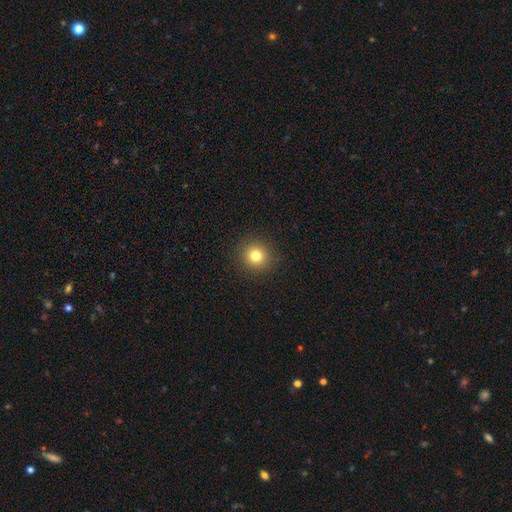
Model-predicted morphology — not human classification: A smooth galaxy with no disk features (80%) that is round (93%). Merging: none (92%).